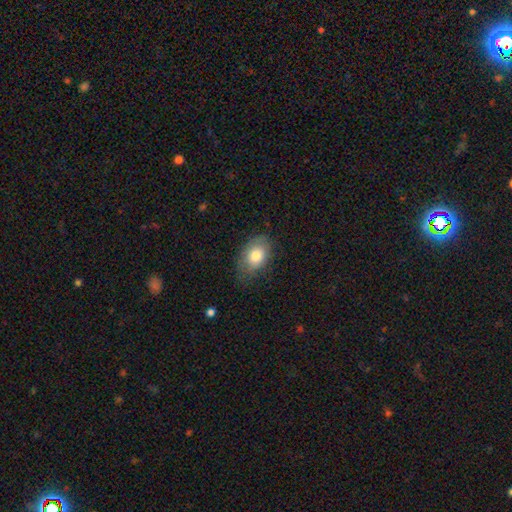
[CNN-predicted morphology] This is likely a smooth galaxy (79%). How rounded: clearly in between (83%). Merging: likely none (68%).